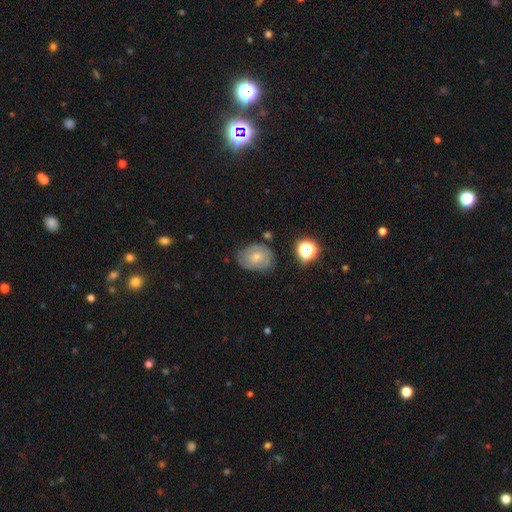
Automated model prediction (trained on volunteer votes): smooth_or_featured: featured or disk (p=0.47) [alt: smooth p=0.42]
merging: none (p=0.71) [alt: minor disturbance p=0.21]